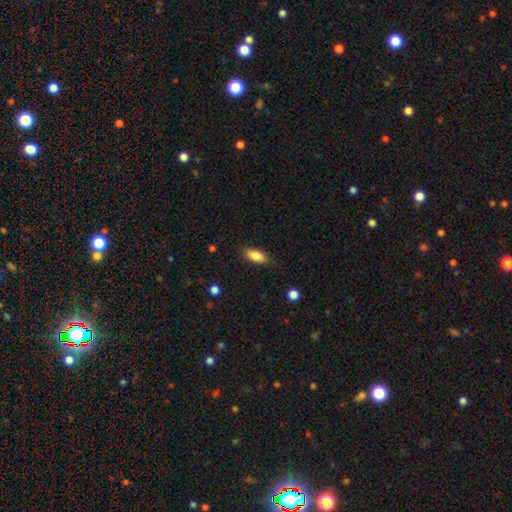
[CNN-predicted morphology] This appears to be a smooth galaxy with no disk features (81%) that is in between round and cigar-shaped (77%). Merging: none (83%).